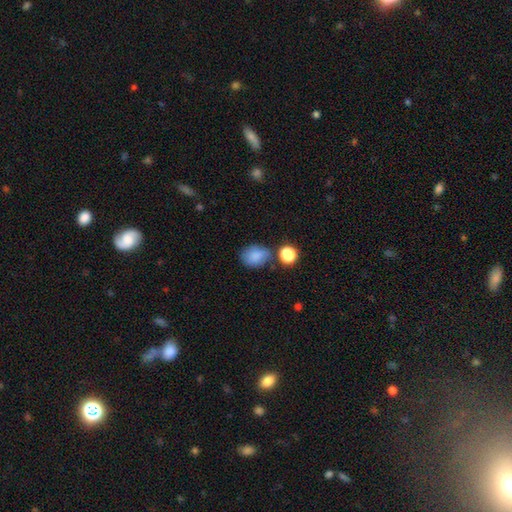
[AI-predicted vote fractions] Morphology: type=smooth (83%); roundness=in between (54%); merging=none (61%).